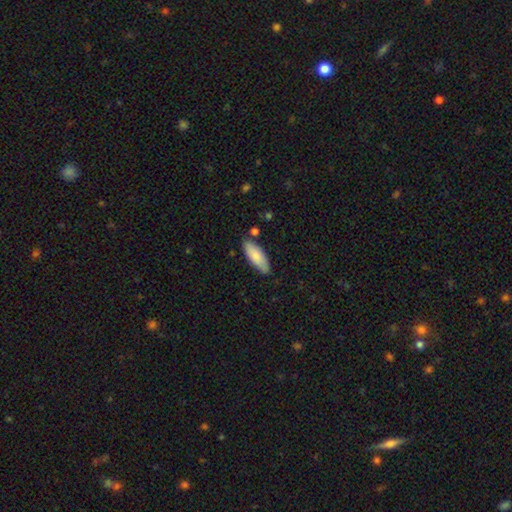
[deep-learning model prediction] Morphology: type=smooth (84%); roundness=in between (71%); merging=none (79%).